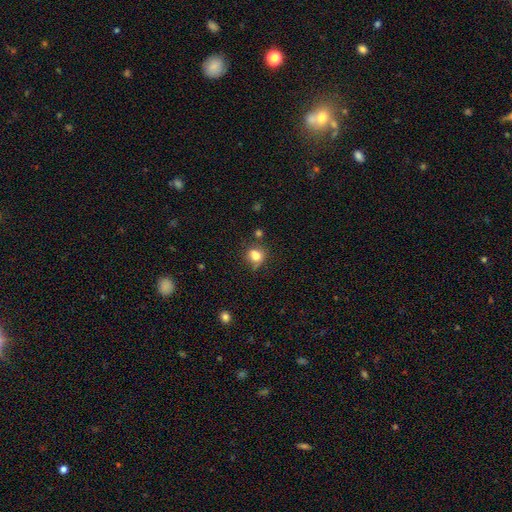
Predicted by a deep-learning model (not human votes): The model was most divided on "how rounded": round: 65%, in between: 34%, cigar-shaped: 1%. More confident: smooth or featured — smooth (77%); merging — none (58%).